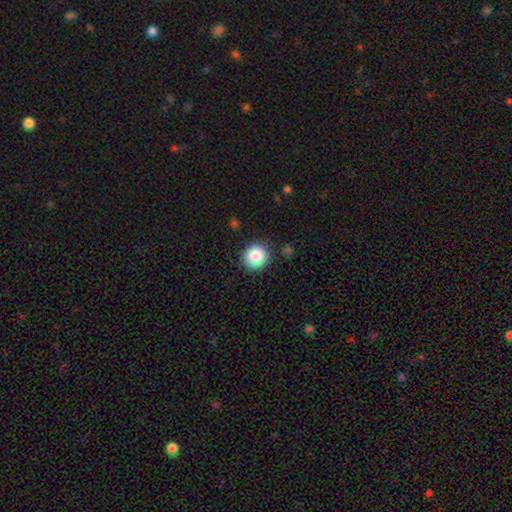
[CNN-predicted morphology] The model was most divided on "smooth or featured": smooth: 87%, star or artifact: 9%, featured or disk: 4%. More confident: how rounded — round (91%); merging — none (87%).